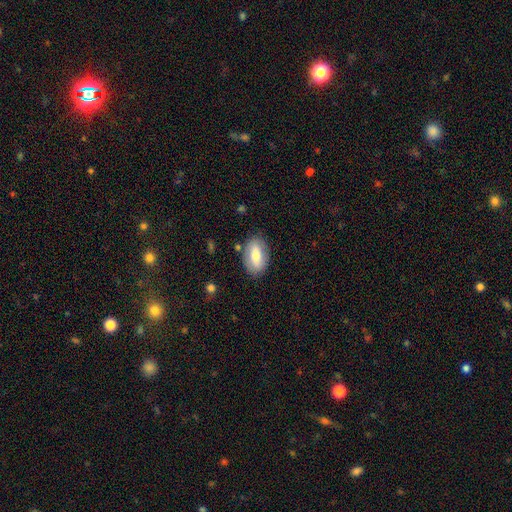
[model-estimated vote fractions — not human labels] The model was most divided on "smooth or featured": smooth: 66%, featured or disk: 28%, star or artifact: 7%. More confident: how rounded — in between (90%); merging — none (82%).